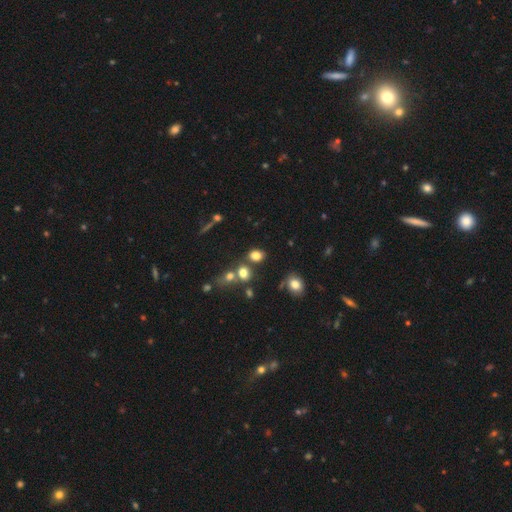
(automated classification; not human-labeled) smooth-or-featured: smooth: 78% | star or artifact: 14% | featured or disk: 7%
  how-rounded: in between: 59% | round: 39% | cigar-shaped: 2%
  merging: none: 66% | merger: 18% | minor disturbance: 11% | major disturbance: 5%